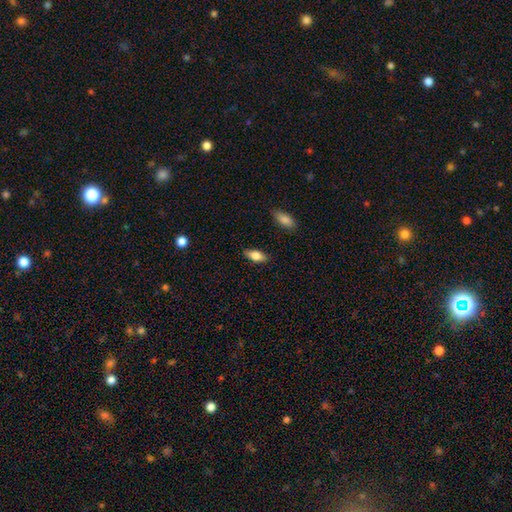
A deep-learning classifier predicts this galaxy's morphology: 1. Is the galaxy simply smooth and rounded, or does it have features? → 76% smooth, 17% featured or disk, 7% star or artifact.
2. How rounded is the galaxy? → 81% in between, 15% cigar-shaped, 3% round.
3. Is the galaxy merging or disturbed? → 85% none, 11% minor disturbance, 3% major disturbance, 2% merger.